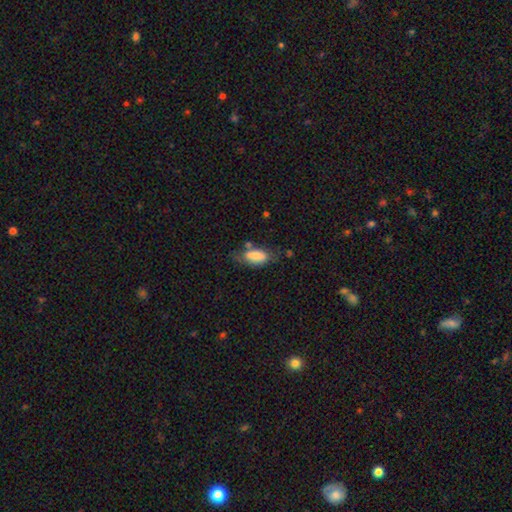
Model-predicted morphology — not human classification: type=smooth (76%); roundness=in between (88%); merging=none (48%).